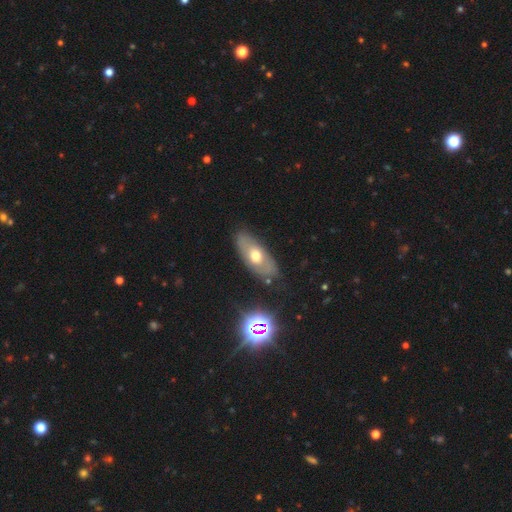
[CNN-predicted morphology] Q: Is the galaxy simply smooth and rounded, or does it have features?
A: featured or disk — 48%.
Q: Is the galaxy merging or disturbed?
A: none — 77%.